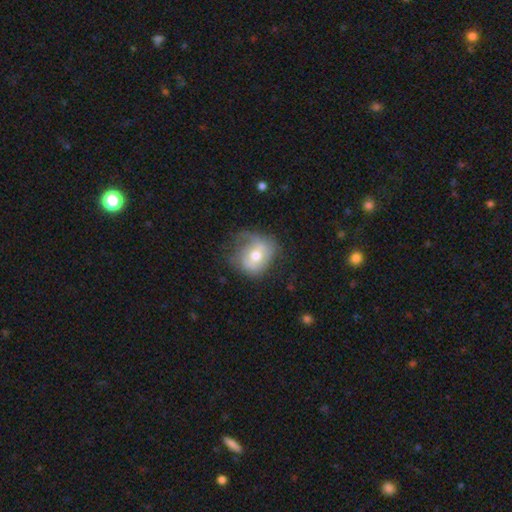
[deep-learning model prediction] Smooth or featured? Predicted: smooth (p=0.53). How rounded? Predicted: round (p=0.56). Merging? Predicted: none (p=0.41).